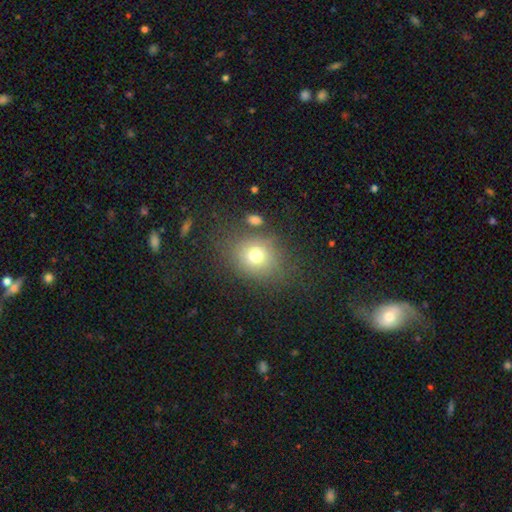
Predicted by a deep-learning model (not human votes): Q: Smooth or featured?
A: smooth (72%); runner-up: star or artifact (16%)
Q: How rounded?
A: round (65%); runner-up: in between (34%)
Q: Merging?
A: none (76%); runner-up: minor disturbance (13%)